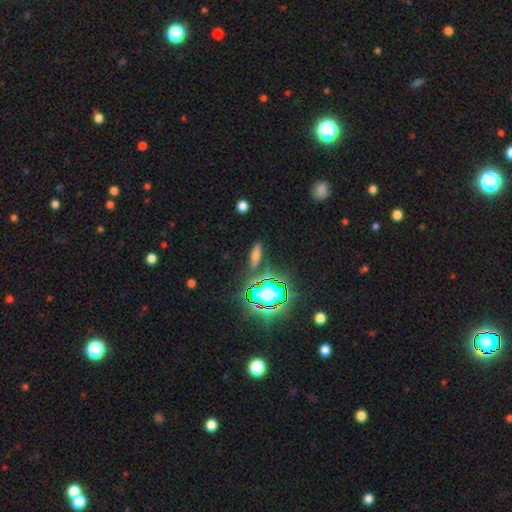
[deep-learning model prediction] Morphology: type=smooth (52%); roundness=cigar-shaped (55%); merging=none (80%).